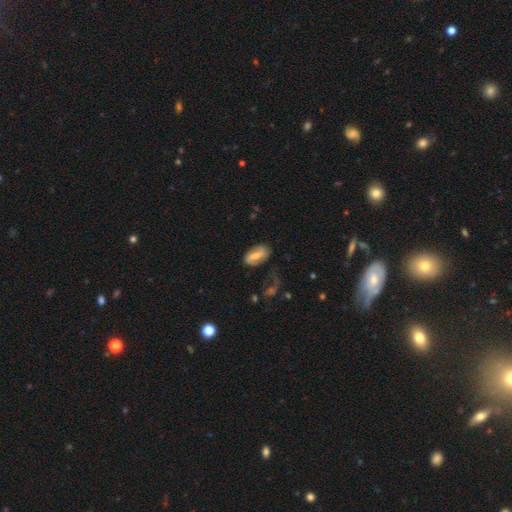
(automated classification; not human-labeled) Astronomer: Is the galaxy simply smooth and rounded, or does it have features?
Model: featured or disk — 54% (runner-up: smooth, 38%).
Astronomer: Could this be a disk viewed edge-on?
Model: no — 92%.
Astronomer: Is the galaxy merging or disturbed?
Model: none — 68%.